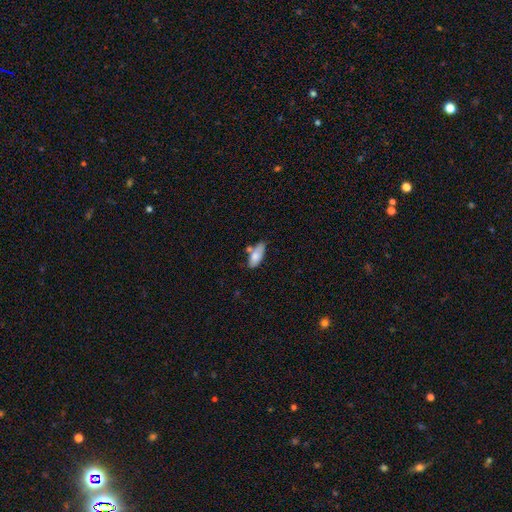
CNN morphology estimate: Overall: smooth (75%). How rounded: in between (84%). Merging: none (55%; minor disturbance 22%).